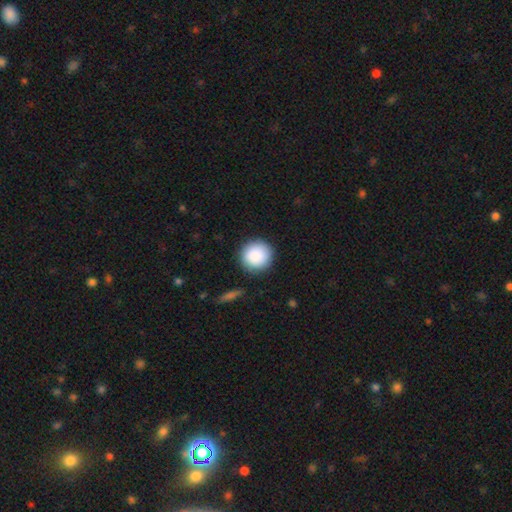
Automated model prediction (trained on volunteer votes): Q: Smooth or featured?
A: smooth (88%); runner-up: star or artifact (7%)
Q: How rounded?
A: round (95%); runner-up: in between (4%)
Q: Merging?
A: none (89%); runner-up: minor disturbance (7%)